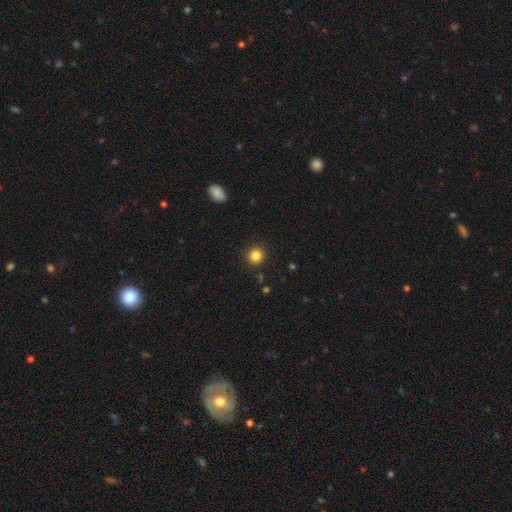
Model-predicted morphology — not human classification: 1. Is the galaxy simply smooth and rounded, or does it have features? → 83% smooth, 12% star or artifact, 5% featured or disk.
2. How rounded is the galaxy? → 93% round, 6% in between, 1% cigar-shaped.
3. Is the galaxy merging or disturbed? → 92% none, 5% minor disturbance, 2% major disturbance, 1% merger.